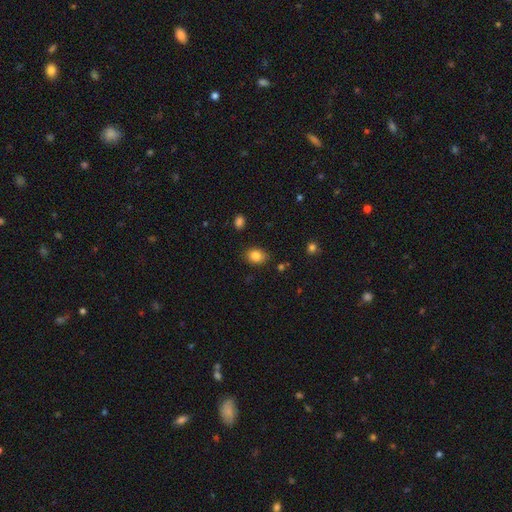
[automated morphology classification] This appears to be a smooth galaxy with no disk features (84%) that is in between round and cigar-shaped (67%). Merging: none (82%).